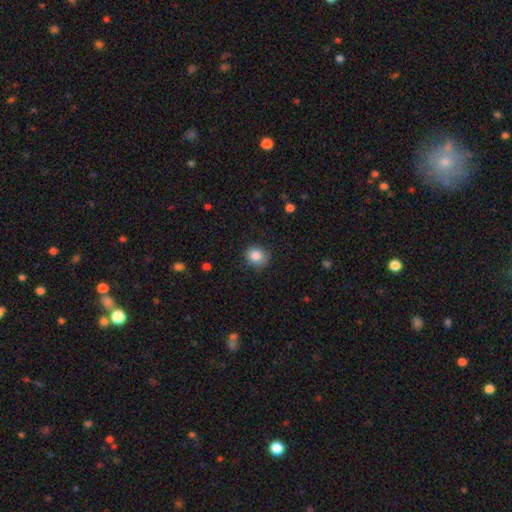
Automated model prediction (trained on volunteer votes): Morphology: type=smooth (85%); roundness=round (78%); merging=none (78%).